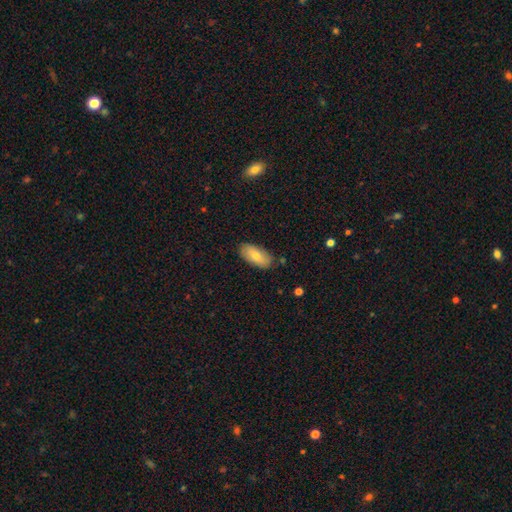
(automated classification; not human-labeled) The model was most divided on "smooth or featured": smooth: 72%, featured or disk: 21%, star or artifact: 7%. More confident: how rounded — in between (88%); merging — none (84%).